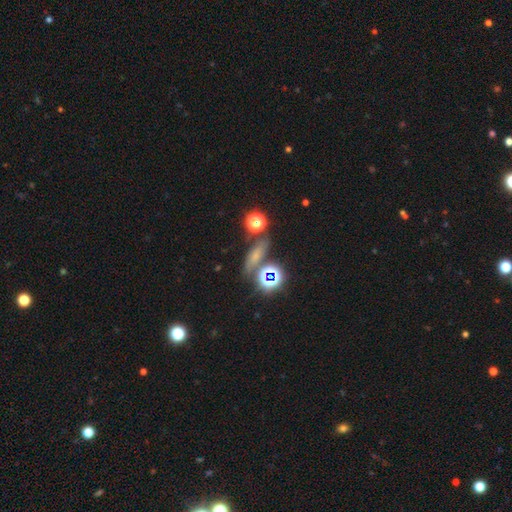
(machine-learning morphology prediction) smooth_or_featured: smooth (p=0.47) [alt: star or artifact p=0.34]
merging: none (p=0.68) [alt: minor disturbance p=0.14]